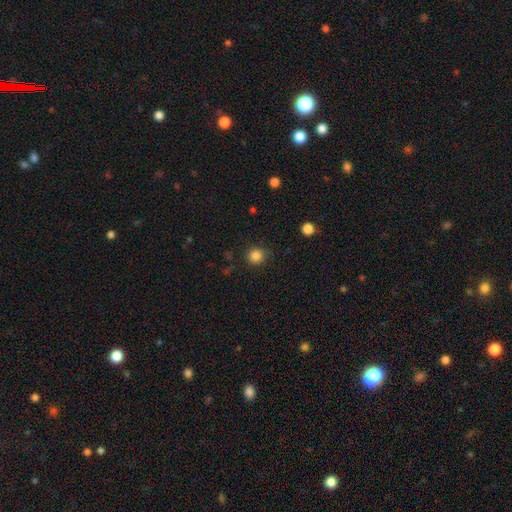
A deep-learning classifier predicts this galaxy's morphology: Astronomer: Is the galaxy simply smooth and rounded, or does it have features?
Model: smooth — 84%.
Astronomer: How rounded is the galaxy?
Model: round — 93%.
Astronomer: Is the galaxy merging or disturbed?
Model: none — 88%.